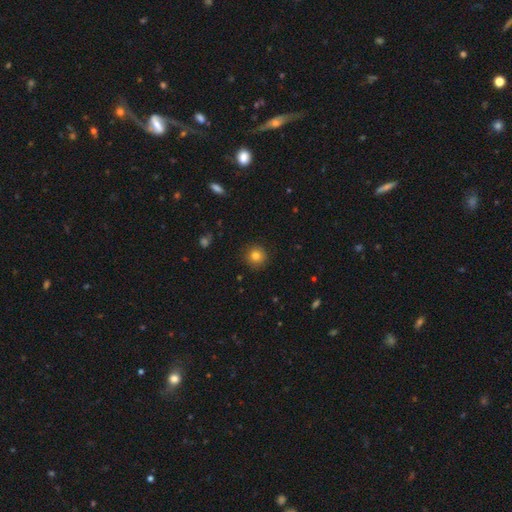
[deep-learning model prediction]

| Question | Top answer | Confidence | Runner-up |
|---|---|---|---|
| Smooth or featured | smooth | 81% | star or artifact (11%) |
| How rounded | round | 94% | in between (5%) |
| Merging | none | 91% | minor disturbance (6%) |